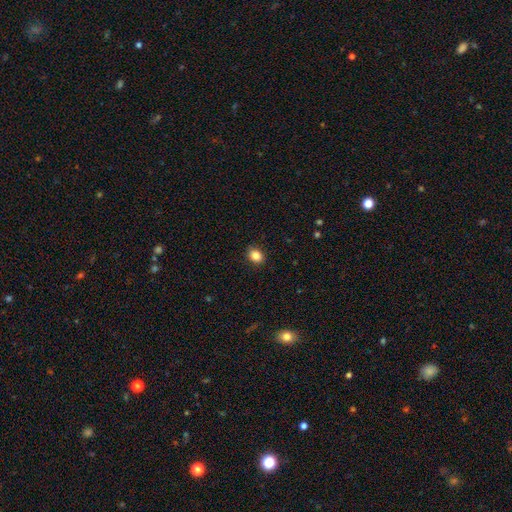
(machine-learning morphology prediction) Smooth or featured: smooth — 86% (star or artifact — 10%)
How rounded: round — 51% (in between — 48%)
Merging: none — 89% (minor disturbance — 8%)